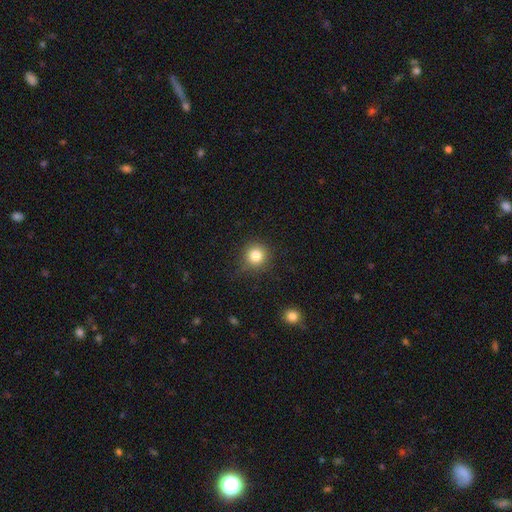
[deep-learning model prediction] Smooth or featured? Predicted: smooth (p=0.81). How rounded? Predicted: round (p=0.93). Merging? Predicted: none (p=0.86).